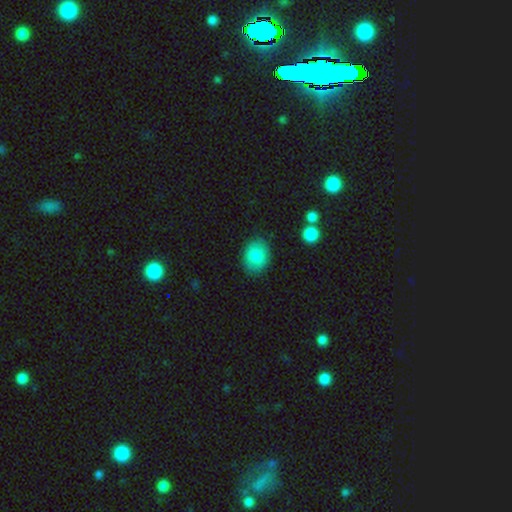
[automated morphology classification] smooth_or_featured: smooth (p=0.84) [alt: featured or disk p=0.08]
how_rounded: in between (p=0.64) [alt: round p=0.35]
merging: none (p=0.82) [alt: minor disturbance p=0.13]